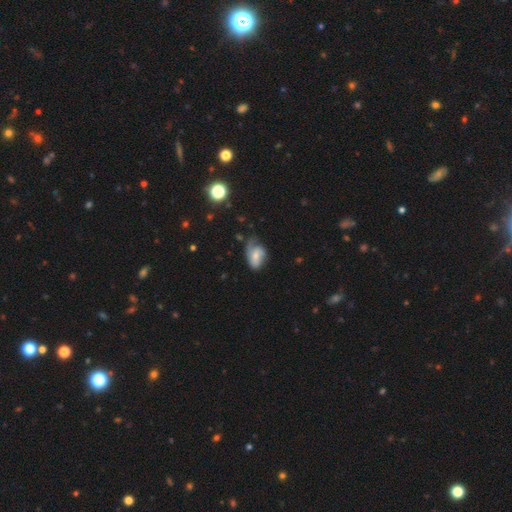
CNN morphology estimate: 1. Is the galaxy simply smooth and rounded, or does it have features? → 51% smooth, 40% featured or disk, 9% star or artifact.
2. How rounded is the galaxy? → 86% in between, 12% round, 2% cigar-shaped.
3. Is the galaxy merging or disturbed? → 38% minor disturbance, 36% none, 23% major disturbance, 3% merger.